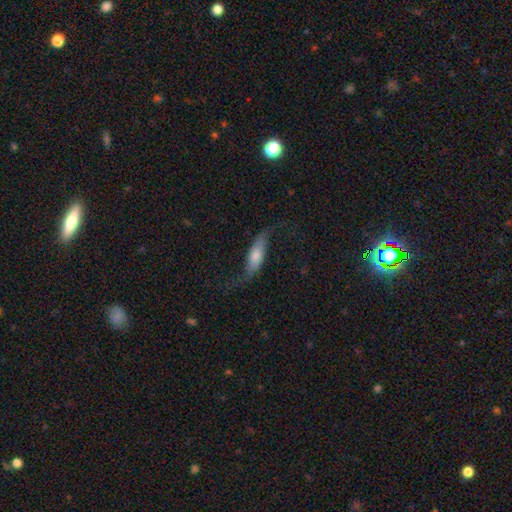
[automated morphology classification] Smooth or featured? Predicted: featured or disk (p=0.67). Edge-on disk? Predicted: no (p=0.70). Merging? Predicted: none (p=0.65).